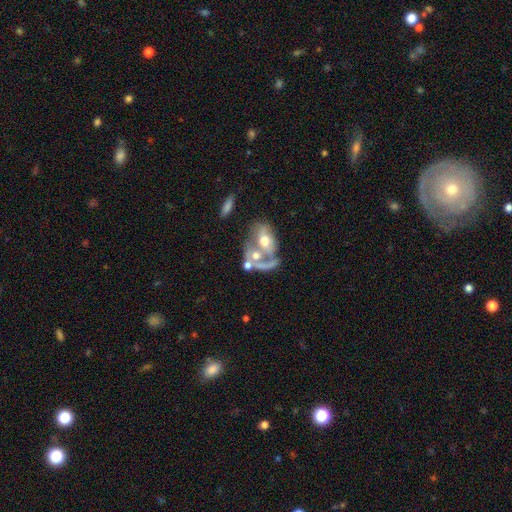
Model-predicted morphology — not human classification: Smooth or featured?
  - featured or disk: 56% *
  - smooth: 33%
  - star or artifact: 10%
Edge-on disk?
  - no: 94% *
  - yes: 6%
Bar?
  - no: 81% *
  - weak: 14%
  - strong: 5%
Spiral arms?
  - no: 76% *
  - yes: 24%
Bulge size?
  - moderate: 60% *
  - large: 17%
  - small: 12%
  - none: 9%
  - dominant: 3%
Merging?
  - merger: 54% *
  - major disturbance: 20%
  - none: 17%
  - minor disturbance: 10%